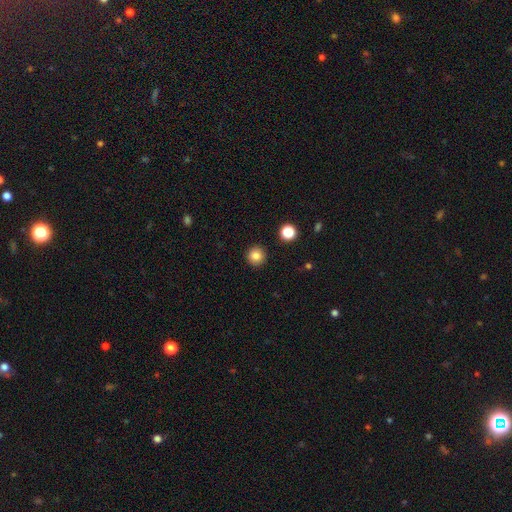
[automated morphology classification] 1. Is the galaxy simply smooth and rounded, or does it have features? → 84% smooth, 11% star or artifact, 5% featured or disk.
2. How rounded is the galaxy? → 95% round, 4% in between, 1% cigar-shaped.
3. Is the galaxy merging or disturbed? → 92% none, 5% minor disturbance, 2% major disturbance, 1% merger.